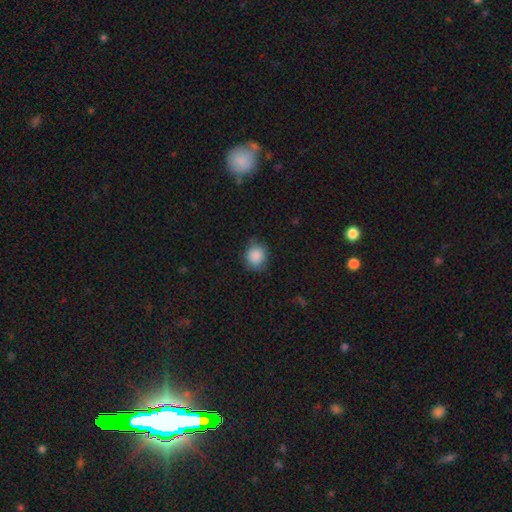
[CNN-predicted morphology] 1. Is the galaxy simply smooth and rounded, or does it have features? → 88% smooth, 8% star or artifact, 4% featured or disk.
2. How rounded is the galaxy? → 76% round, 23% in between, 1% cigar-shaped.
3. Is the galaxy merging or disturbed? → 80% none, 16% minor disturbance, 3% major disturbance, 1% merger.